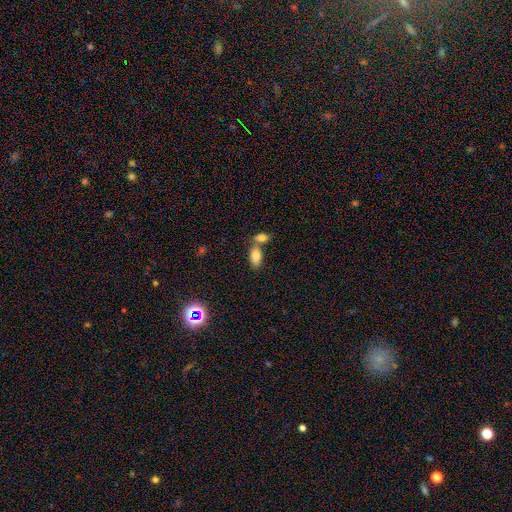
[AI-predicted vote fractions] Smooth or featured? Predicted: smooth (p=0.81). How rounded? Predicted: in between (p=0.90). Merging? Predicted: merger (p=0.44).